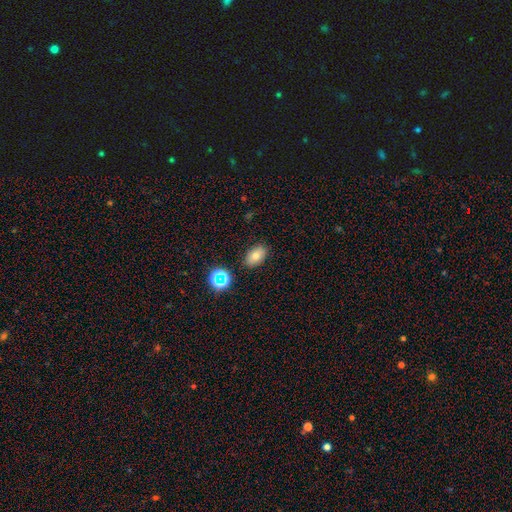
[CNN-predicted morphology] Overall: smooth (73%). How rounded: in between (85%). Merging: none (85%).